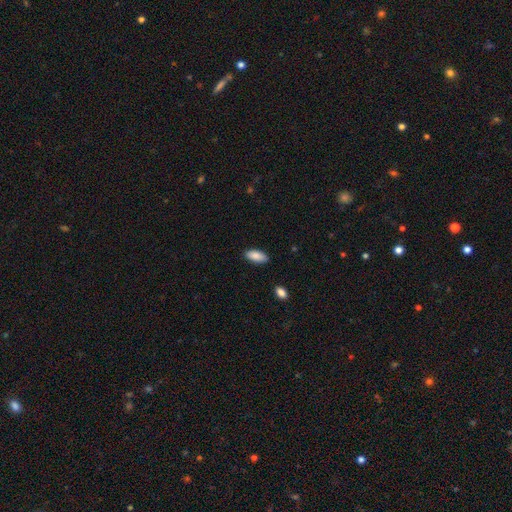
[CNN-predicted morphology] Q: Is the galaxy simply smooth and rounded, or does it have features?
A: smooth — 89%.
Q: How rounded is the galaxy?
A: in between — 88%.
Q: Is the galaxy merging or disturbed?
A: none — 86%.